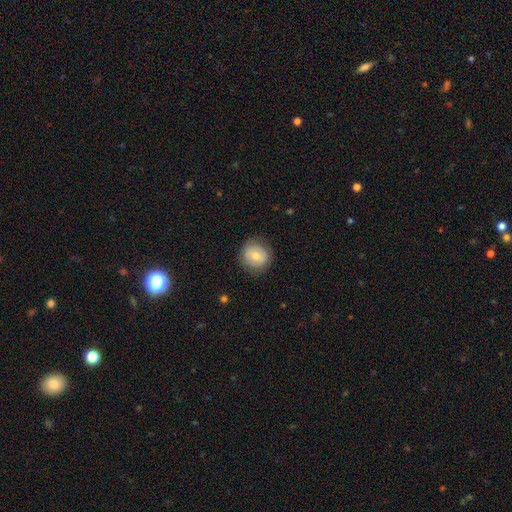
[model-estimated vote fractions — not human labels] Smooth or featured? Predicted: smooth (p=0.66). How rounded? Predicted: round (p=0.87). Merging? Predicted: none (p=0.82).